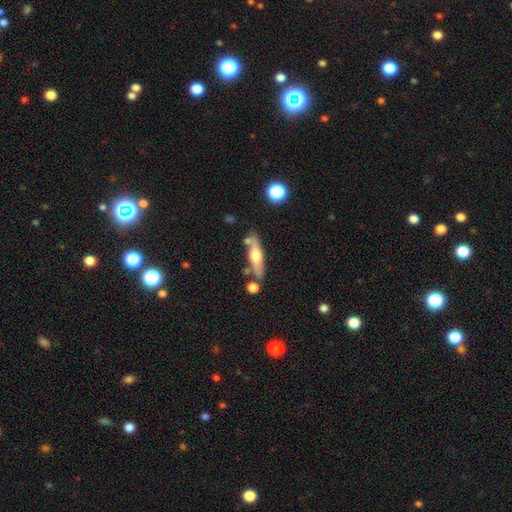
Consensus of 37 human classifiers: Q: Smooth or featured?
A: featured or disk (49%); runner-up: smooth (46%)
Q: Edge-on disk?
A: yes (94%); runner-up: no (6%)
Q: Edge-on bulge?
A: rounded (100%)
Q: Merging?
A: none (71%); runner-up: minor disturbance (14%)